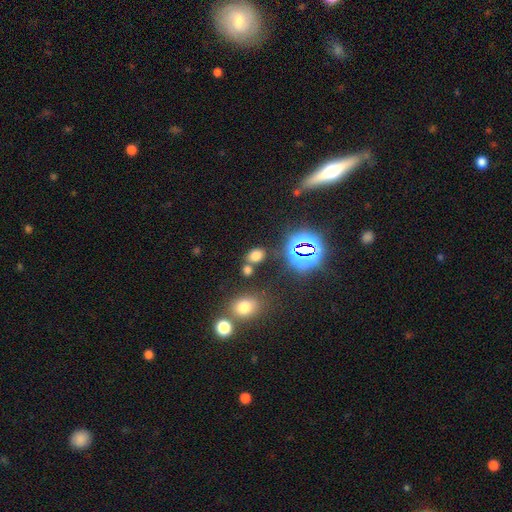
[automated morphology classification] Q: Smooth or featured?
A: smooth (65%); runner-up: star or artifact (27%)
Q: How rounded?
A: in between (69%); runner-up: round (29%)
Q: Merging?
A: none (68%); runner-up: merger (16%)